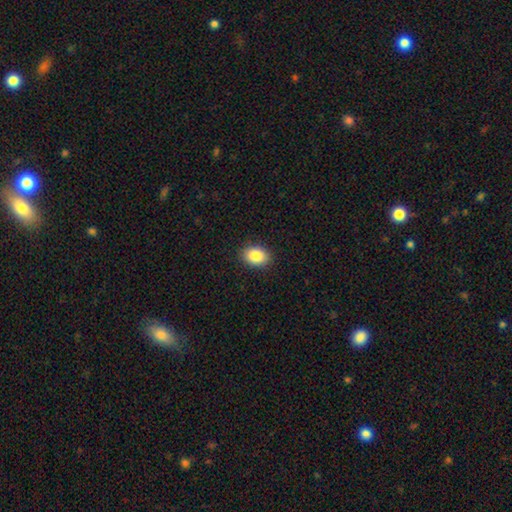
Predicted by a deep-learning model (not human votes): Smooth or featured?
  - smooth: 88% *
  - star or artifact: 8%
  - featured or disk: 5%
How rounded?
  - in between: 76% *
  - round: 23%
  - cigar-shaped: 1%
Merging?
  - none: 89% *
  - minor disturbance: 8%
  - major disturbance: 2%
  - merger: 1%